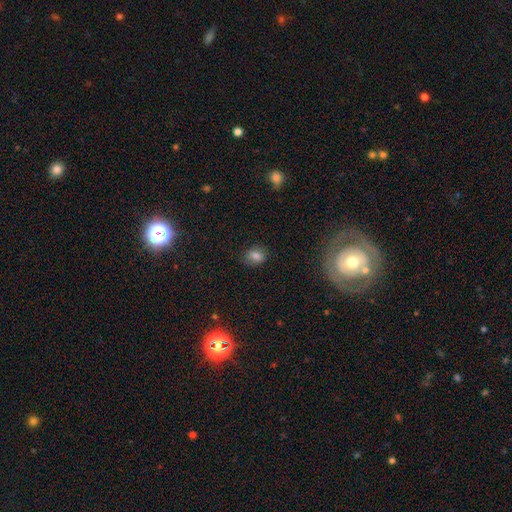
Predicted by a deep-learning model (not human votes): A smooth galaxy with no disk features (79%) that is in between round and cigar-shaped (55%). Merging: none (82%).